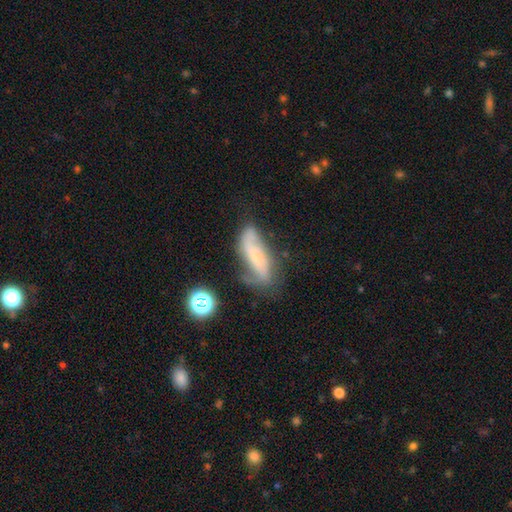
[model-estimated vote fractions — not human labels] Overall: featured or disk (57%; smooth 34%). Edge-on disk: no (79%). Merging: none (50%; minor disturbance 29%).